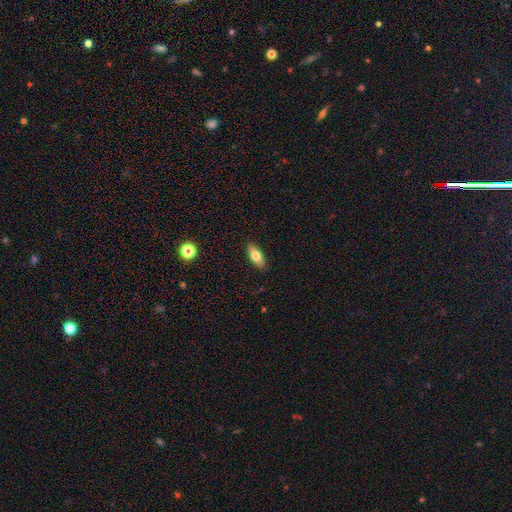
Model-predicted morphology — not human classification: smooth-or-featured: smooth: 74% | featured or disk: 20% | star or artifact: 7%
  how-rounded: in between: 79% | cigar-shaped: 18% | round: 3%
  merging: none: 88% | minor disturbance: 9% | major disturbance: 2% | merger: 1%